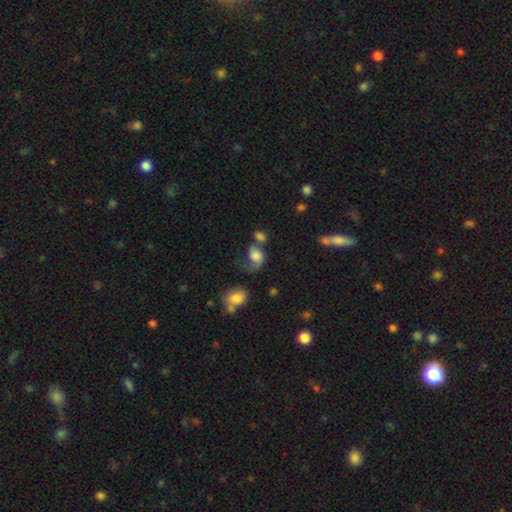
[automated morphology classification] This is possibly a smooth galaxy (55%). How rounded: possibly in between (56%). Merging: marginally major disturbance (32%).